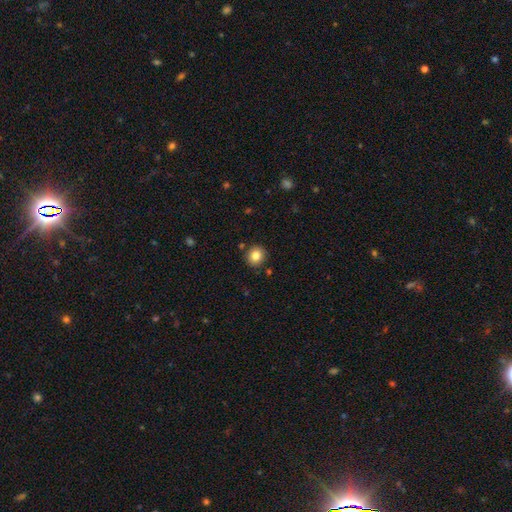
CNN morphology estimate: This is clearly a smooth galaxy (83%). How rounded: clearly round (86%). Merging: clearly none (89%).